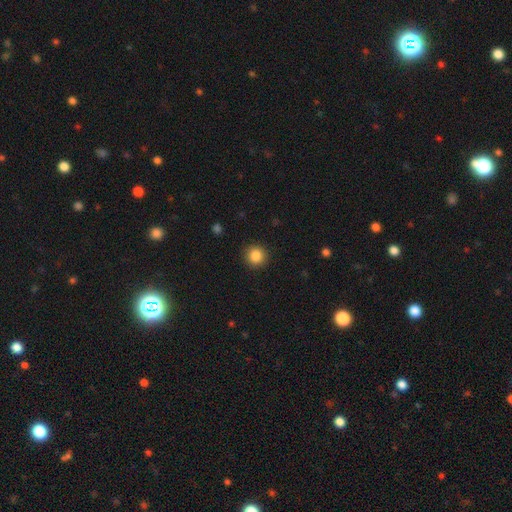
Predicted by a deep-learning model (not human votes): Smooth or featured? Predicted: smooth (p=0.86). How rounded? Predicted: round (p=0.94). Merging? Predicted: none (p=0.92).